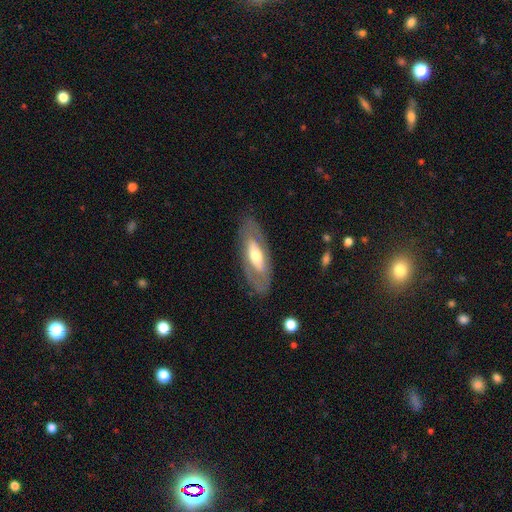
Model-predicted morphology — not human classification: Smooth or featured: featured or disk — 57% (smooth — 38%)
Edge-on disk: no — 77% (yes — 23%)
Merging: none — 80% (minor disturbance — 13%)